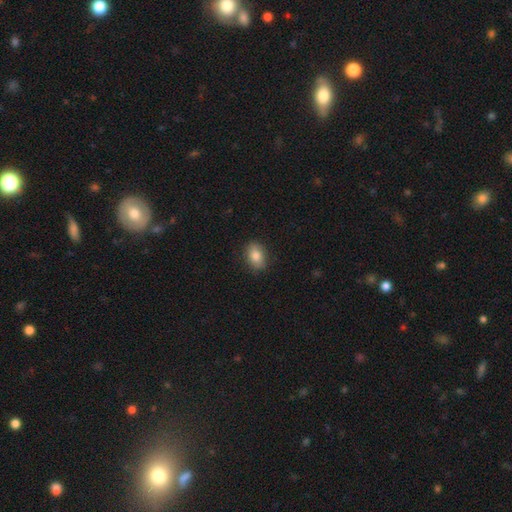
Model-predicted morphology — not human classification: smooth-or-featured: smooth: 83% | featured or disk: 9% | star or artifact: 8%
  how-rounded: in between: 80% | round: 18% | cigar-shaped: 2%
  merging: none: 87% | minor disturbance: 10% | major disturbance: 2% | merger: 1%